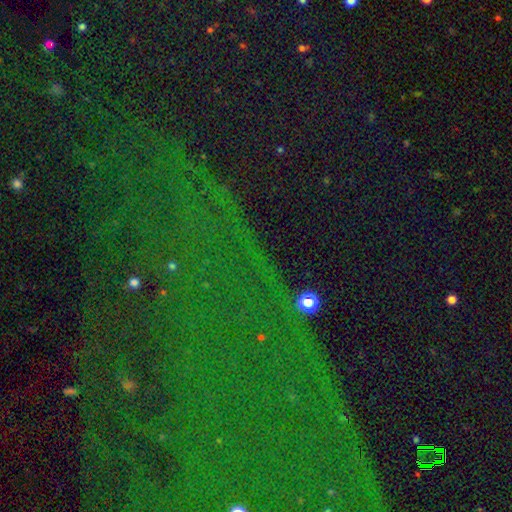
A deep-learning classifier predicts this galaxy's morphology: Smooth or featured: star or artifact — 81% (smooth — 10%)